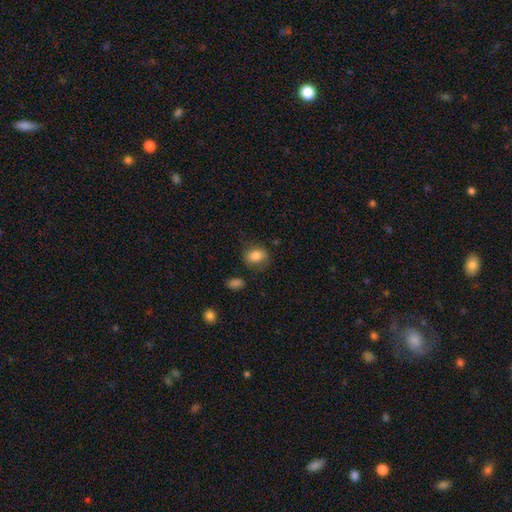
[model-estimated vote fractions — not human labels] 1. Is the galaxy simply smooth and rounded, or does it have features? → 80% smooth, 11% featured or disk, 9% star or artifact.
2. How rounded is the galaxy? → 59% in between, 40% round, 1% cigar-shaped.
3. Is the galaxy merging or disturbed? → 70% none, 21% minor disturbance, 7% major disturbance, 3% merger.